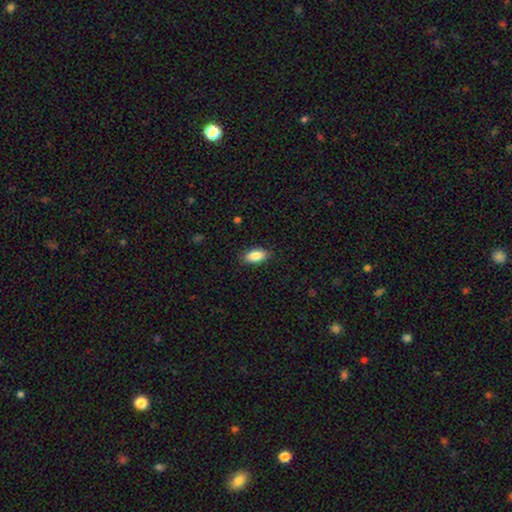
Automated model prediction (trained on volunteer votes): A smooth galaxy with no disk features (86%) that is in between round and cigar-shaped (91%). Merging: none (86%).